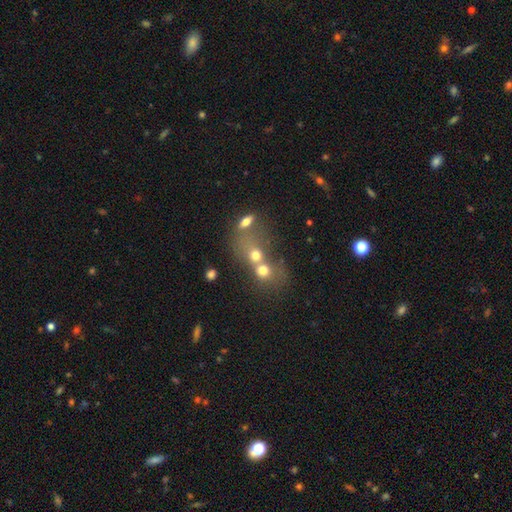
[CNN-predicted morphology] This appears to be a smooth galaxy with no disk features (54%) that is round (66%). Merging: merger (67%).